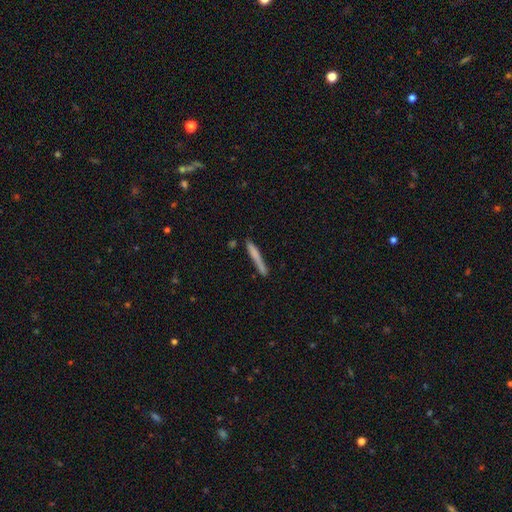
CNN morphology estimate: smooth 68%, featured or disk 25%, star or artifact 6%. Down the decision tree: how rounded — cigar-shaped (96%); merging — none (82%).